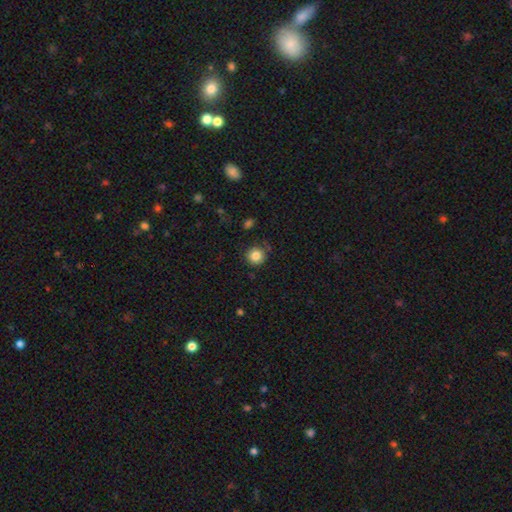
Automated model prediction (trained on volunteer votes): Q: Smooth or featured?
A: smooth (83%); runner-up: star or artifact (11%)
Q: How rounded?
A: round (93%); runner-up: in between (6%)
Q: Merging?
A: none (85%); runner-up: minor disturbance (9%)